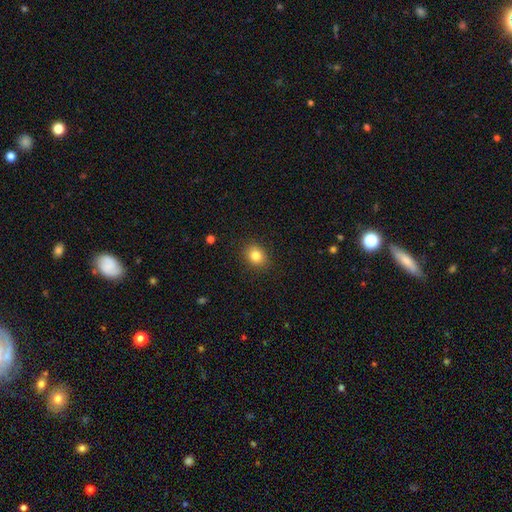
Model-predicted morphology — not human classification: This appears to be a smooth galaxy with no disk features (83%) that is round (50%). Merging: none (89%).